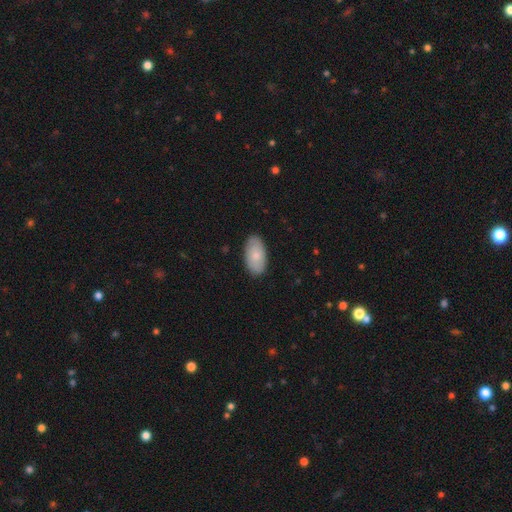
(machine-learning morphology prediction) smooth_or_featured: smooth (p=0.77) [alt: featured or disk p=0.18]
how_rounded: in between (p=0.95) [alt: round p=0.03]
merging: none (p=0.86) [alt: minor disturbance p=0.11]